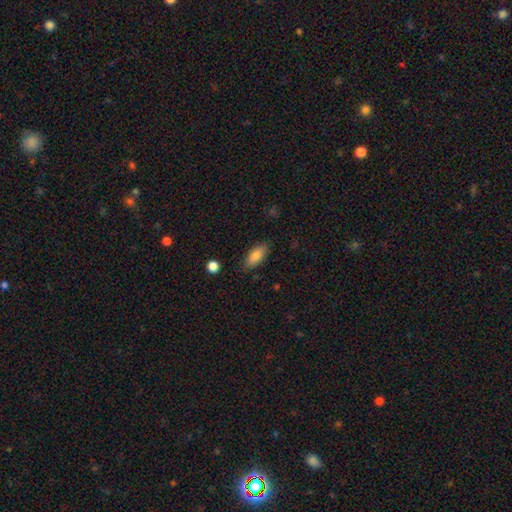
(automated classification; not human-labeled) This is clearly a smooth galaxy (85%). How rounded: clearly in between (85%). Merging: clearly none (84%).